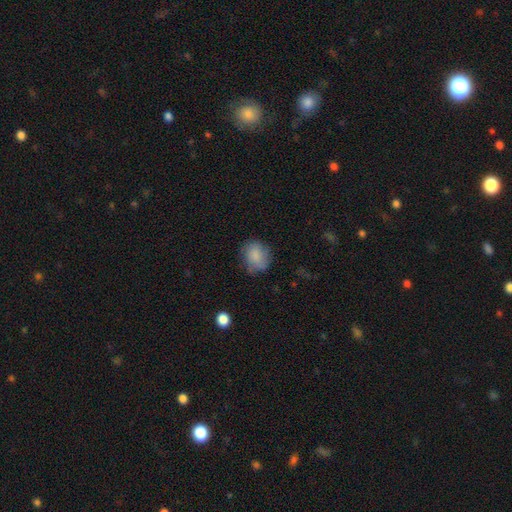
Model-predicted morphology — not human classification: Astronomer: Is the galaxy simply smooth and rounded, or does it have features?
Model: smooth — 81%.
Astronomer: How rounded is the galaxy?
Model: round — 64%.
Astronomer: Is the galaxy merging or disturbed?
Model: none — 68%.